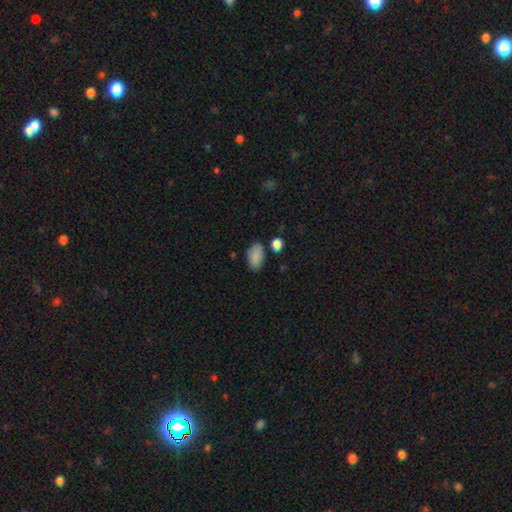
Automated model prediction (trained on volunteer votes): smooth-or-featured: smooth: 87% | star or artifact: 8% | featured or disk: 5%
  how-rounded: in between: 92% | round: 7% | cigar-shaped: 1%
  merging: none: 73% | minor disturbance: 17% | merger: 6% | major disturbance: 4%